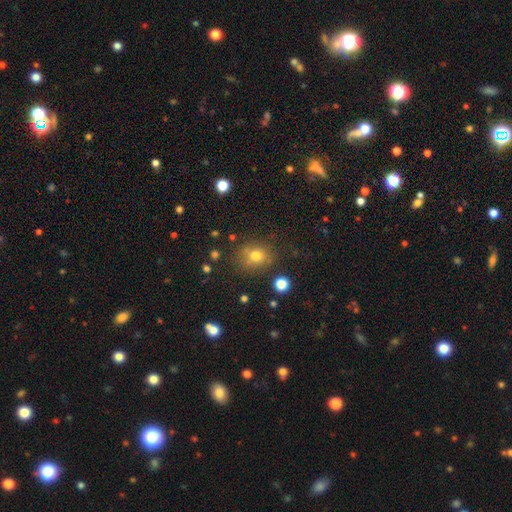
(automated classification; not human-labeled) smooth-or-featured: smooth: 75% | star or artifact: 15% | featured or disk: 10%
  how-rounded: round: 68% | in between: 31% | cigar-shaped: 1%
  merging: none: 75% | minor disturbance: 15% | merger: 5% | major disturbance: 5%